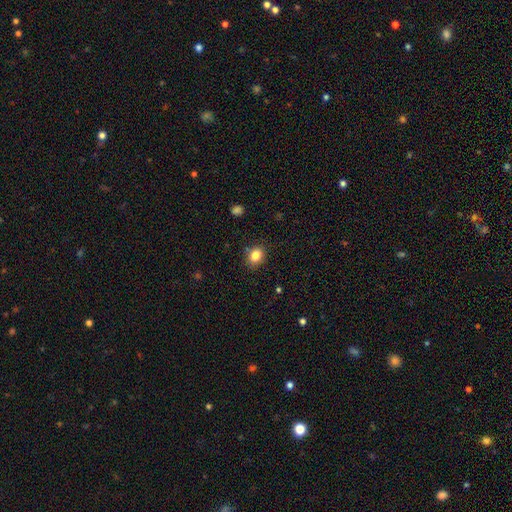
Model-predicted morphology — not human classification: This appears to be a smooth galaxy with no disk features (84%) that is in between round and cigar-shaped (55%). Merging: none (86%).